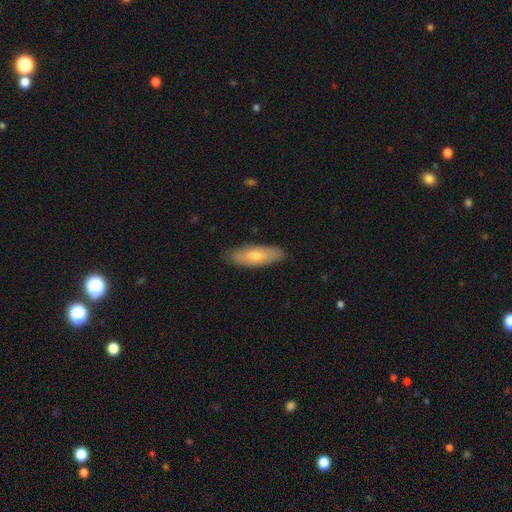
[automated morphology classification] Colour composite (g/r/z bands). It shows a smooth galaxy with no disk features (70%) that is in between round and cigar-shaped (62%). Merging: none (85%).